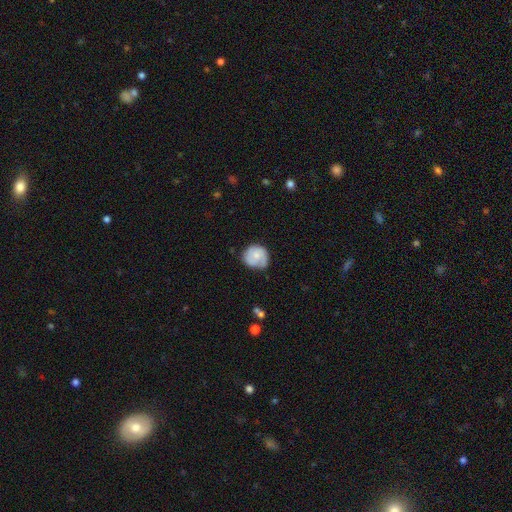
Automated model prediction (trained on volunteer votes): A smooth galaxy with no disk features (53%) that is round (81%).

Vote fractions:
- Smooth or featured? smooth: 53% / featured or disk: 41% / star or artifact: 7%
- How rounded? round: 81% / in between: 18% / cigar-shaped: 1%
- Merging? none: 57% / minor disturbance: 32% / major disturbance: 9% / merger: 2%